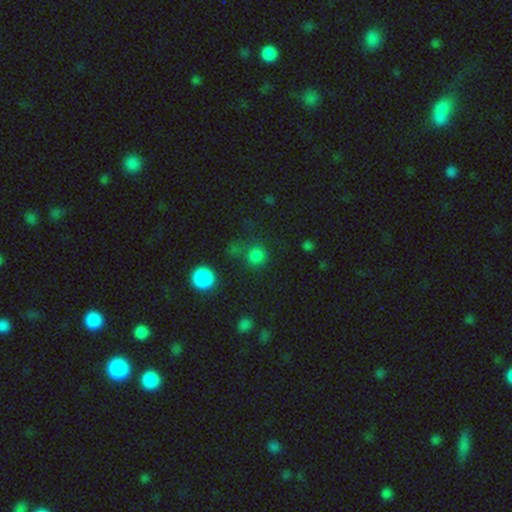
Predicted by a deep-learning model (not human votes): Morphology: type=smooth (77%); roundness=round (91%); merging=none (71%).